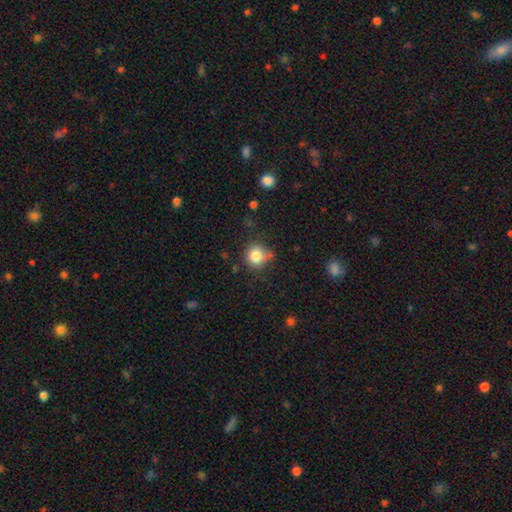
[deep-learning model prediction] Q: Smooth or featured?
A: smooth (83%); runner-up: star or artifact (11%)
Q: How rounded?
A: round (91%); runner-up: in between (8%)
Q: Merging?
A: none (77%); runner-up: minor disturbance (15%)